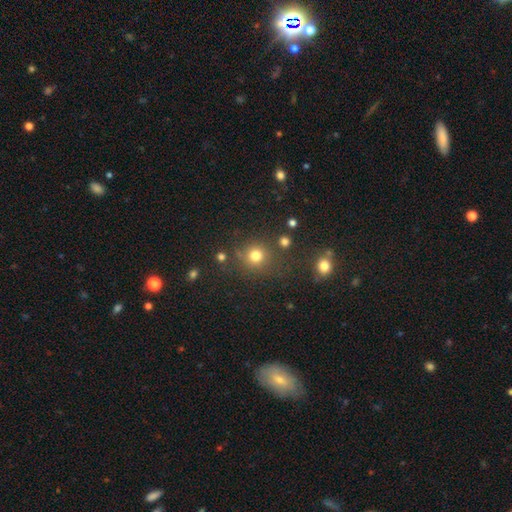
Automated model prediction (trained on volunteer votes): Morphology: type=smooth (77%); roundness=round (91%); merging=none (77%).